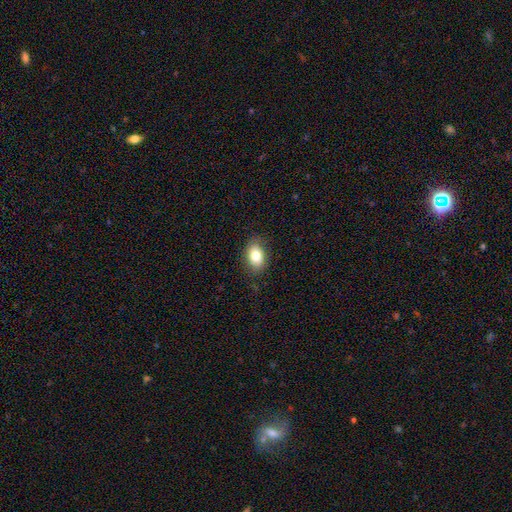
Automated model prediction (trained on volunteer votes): smooth_or_featured: smooth (p=0.80) [alt: featured or disk p=0.11]
how_rounded: in between (p=0.81) [alt: round p=0.18]
merging: none (p=0.83) [alt: minor disturbance p=0.13]